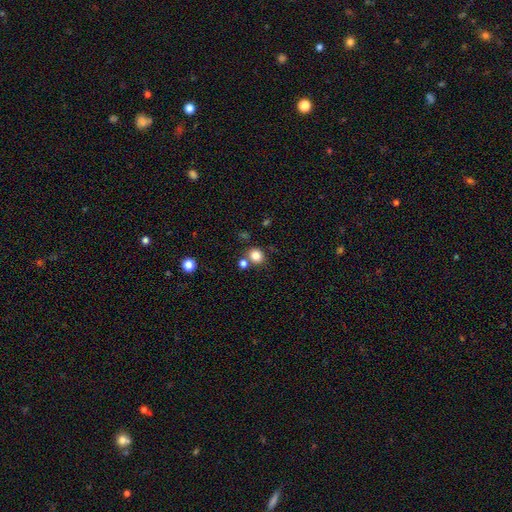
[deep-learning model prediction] This is clearly a smooth galaxy (82%). How rounded: clearly round (81%). Merging: likely none (70%).